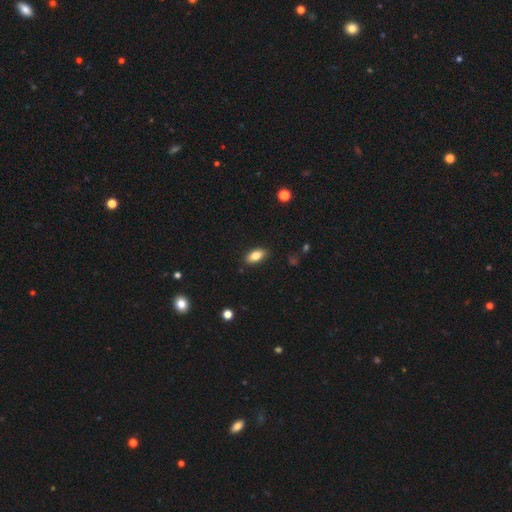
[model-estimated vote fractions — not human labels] Smooth or featured: smooth — 83% (featured or disk — 10%)
How rounded: in between — 89% (cigar-shaped — 6%)
Merging: none — 87% (minor disturbance — 10%)